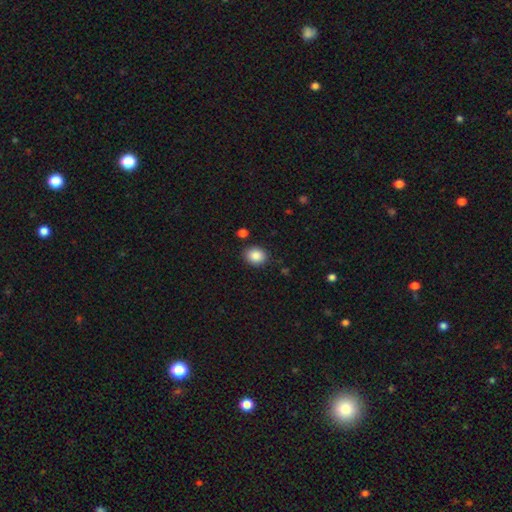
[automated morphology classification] smooth 88%, star or artifact 9%, featured or disk 4%. Down the decision tree: how rounded — round (59%); merging — none (86%).